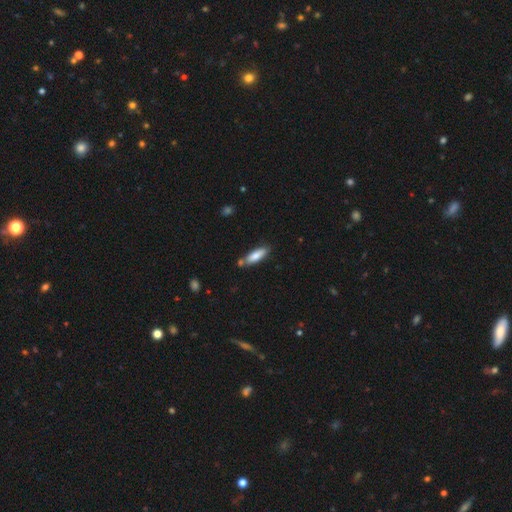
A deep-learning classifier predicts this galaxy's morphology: This appears to be a smooth galaxy with no disk features (77%) that is cigar-shaped (53%). Merging: none (73%).